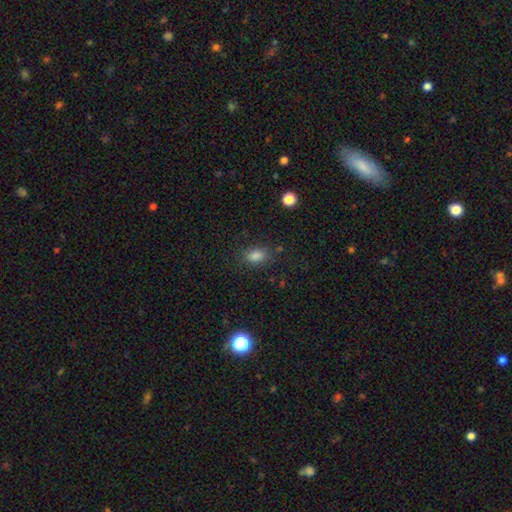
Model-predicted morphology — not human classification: A smooth galaxy with no disk features (81%) that is in between round and cigar-shaped (76%). Merging: none (80%).